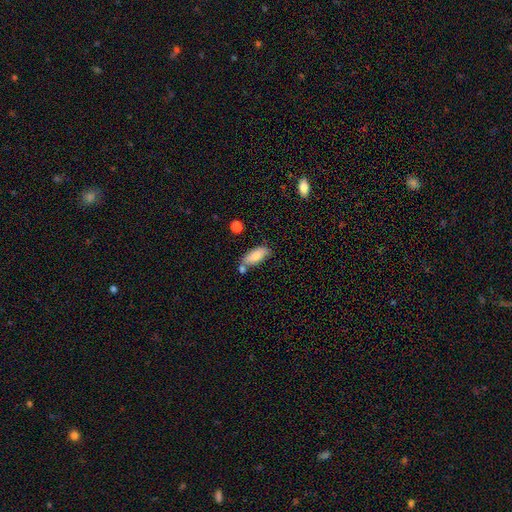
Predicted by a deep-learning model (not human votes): smooth_or_featured: smooth (p=0.79) [alt: featured or disk p=0.14]
how_rounded: in between (p=0.81) [alt: cigar-shaped p=0.16]
merging: none (p=0.62) [alt: minor disturbance p=0.19]